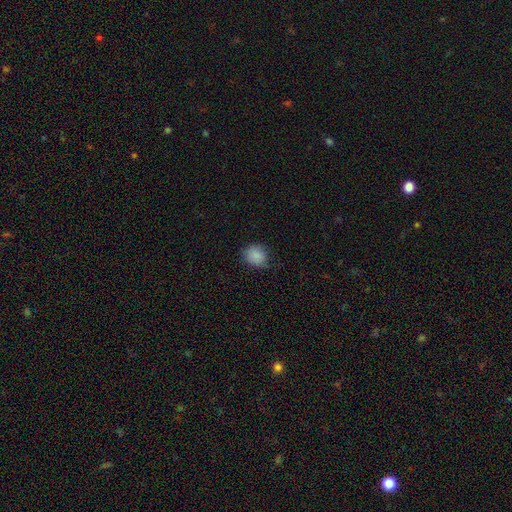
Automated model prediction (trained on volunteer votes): Q: Smooth or featured?
A: smooth (86%); runner-up: star or artifact (9%)
Q: How rounded?
A: round (69%); runner-up: in between (30%)
Q: Merging?
A: none (73%); runner-up: minor disturbance (21%)